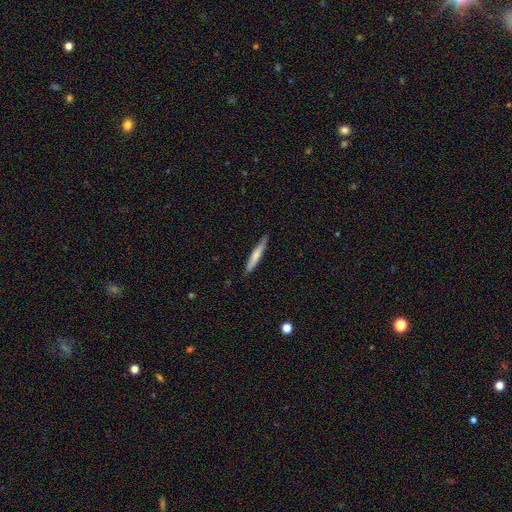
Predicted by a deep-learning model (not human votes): smooth-or-featured: smooth: 69% | featured or disk: 25% | star or artifact: 5%
  how-rounded: cigar-shaped: 94% | in between: 5% | round: 1%
  merging: none: 87% | minor disturbance: 11% | major disturbance: 2% | merger: 1%